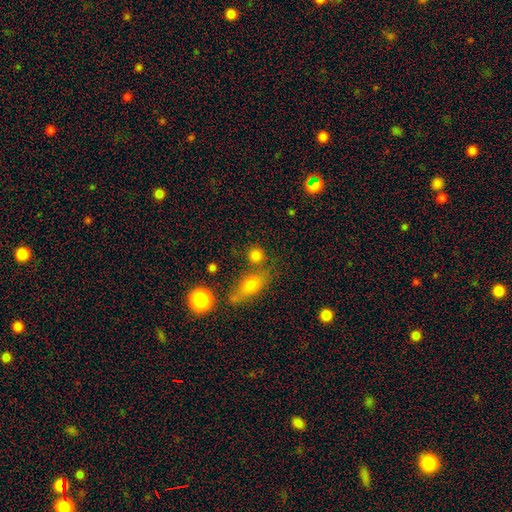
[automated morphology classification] A smooth galaxy with no disk features (78%) that is round (80%). Merging: none (66%).